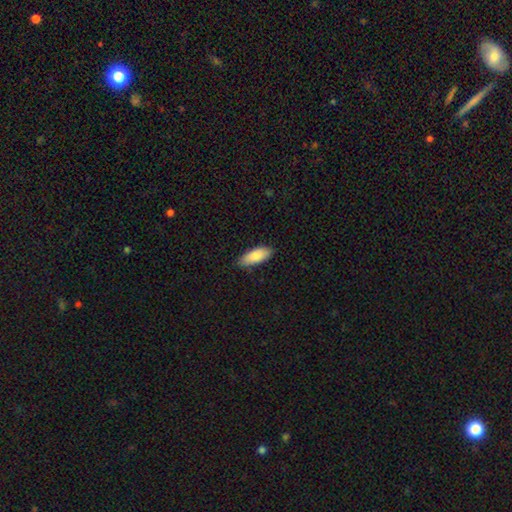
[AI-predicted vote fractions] smooth-or-featured: smooth: 87% | featured or disk: 8% | star or artifact: 6%
  how-rounded: in between: 79% | cigar-shaped: 20% | round: 2%
  merging: none: 82% | minor disturbance: 15% | major disturbance: 2% | merger: 1%